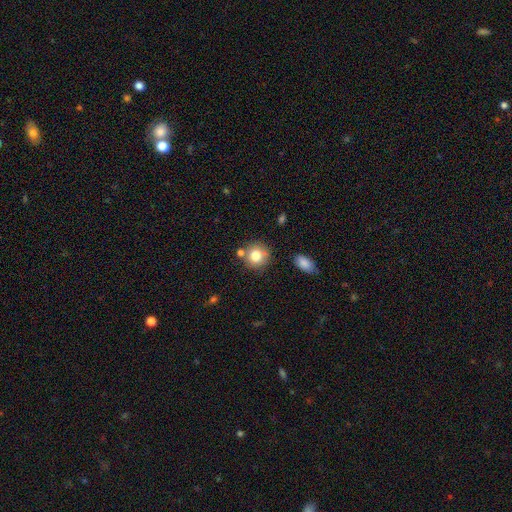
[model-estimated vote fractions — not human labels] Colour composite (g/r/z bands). It shows a smooth galaxy with no disk features (79%) that is round (90%). Merging: none (76%).